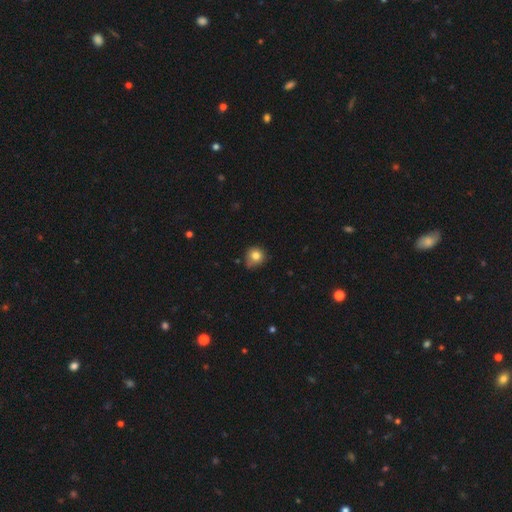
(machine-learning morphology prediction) The model was most divided on "merging": none: 64%, minor disturbance: 27%, major disturbance: 5%, merger: 4%. More confident: how rounded — round (88%); smooth or featured — smooth (80%).